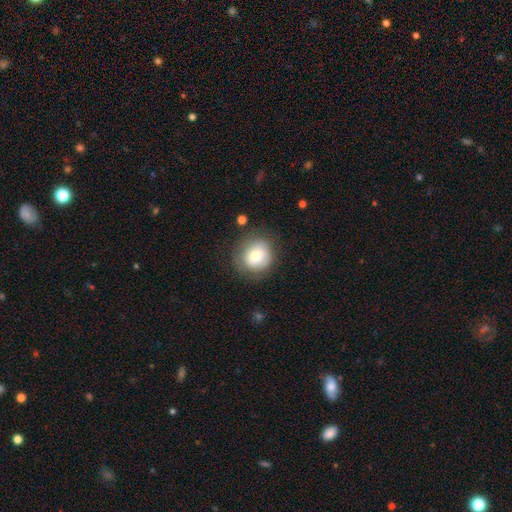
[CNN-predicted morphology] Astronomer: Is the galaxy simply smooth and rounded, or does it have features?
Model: smooth — 68%.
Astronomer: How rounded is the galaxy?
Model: round — 84%.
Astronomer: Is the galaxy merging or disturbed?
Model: none — 76%.